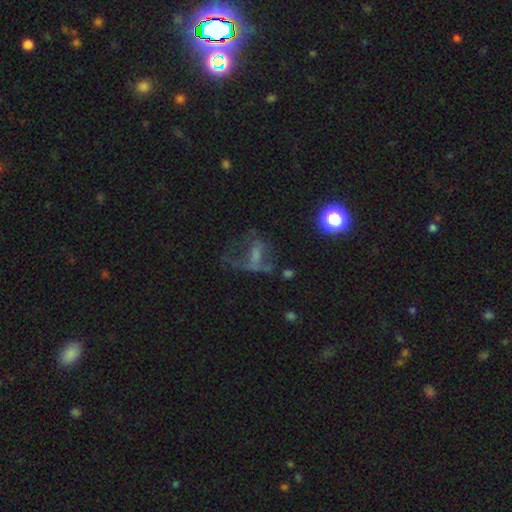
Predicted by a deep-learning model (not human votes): featured or disk 44%, smooth 28%, star or artifact 28%. Down the decision tree: merging — major disturbance (45%).